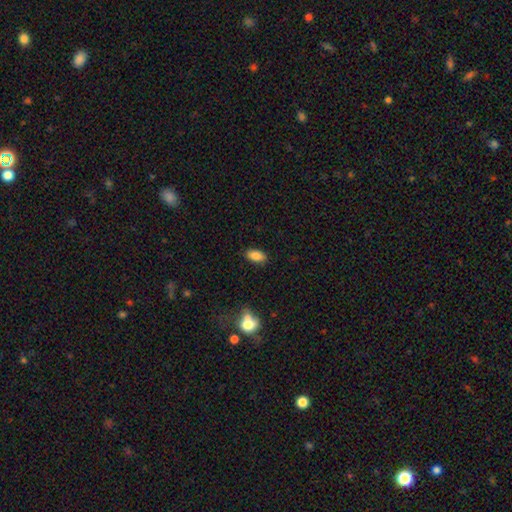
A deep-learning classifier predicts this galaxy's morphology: This is clearly a smooth galaxy (86%). How rounded: clearly in between (91%). Merging: clearly none (85%).